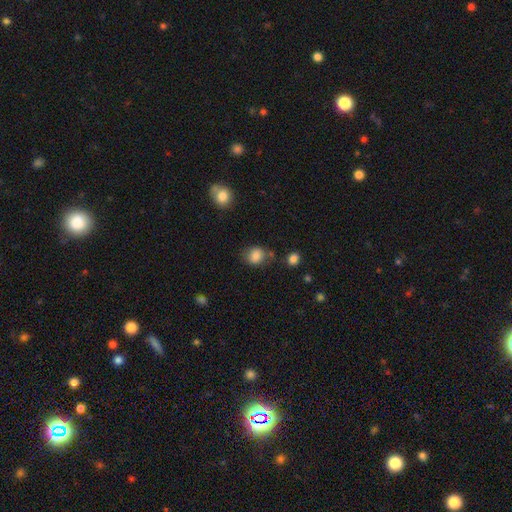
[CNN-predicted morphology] Smooth or featured? smooth (82%)
How rounded? round (68%)
Merging? none (69%)